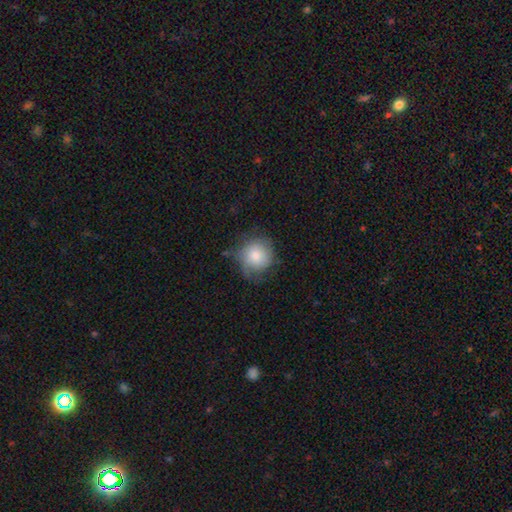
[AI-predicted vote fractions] Smooth or featured?
  - smooth: 73% *
  - featured or disk: 19%
  - star or artifact: 8%
How rounded?
  - round: 89% *
  - in between: 10%
  - cigar-shaped: 1%
Merging?
  - none: 53% *
  - minor disturbance: 30%
  - major disturbance: 15%
  - merger: 2%